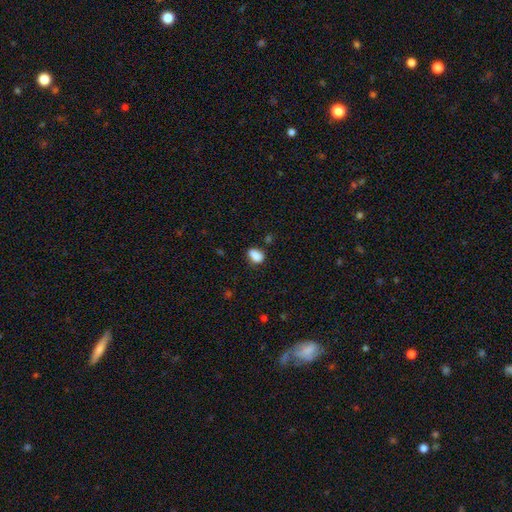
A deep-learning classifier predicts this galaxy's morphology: Smooth or featured: smooth — 87% (star or artifact — 9%)
How rounded: in between — 79% (round — 19%)
Merging: none — 69% (minor disturbance — 22%)